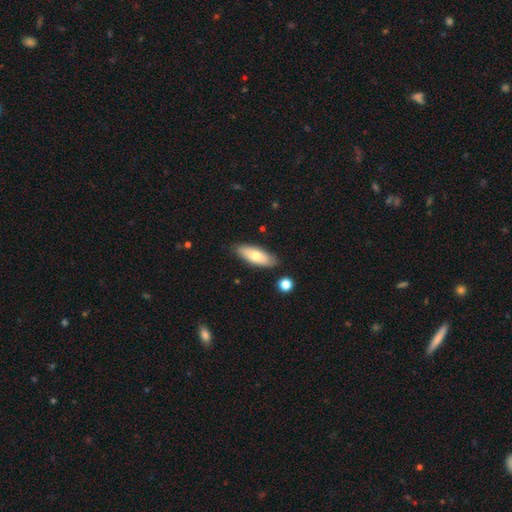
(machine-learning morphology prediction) The model was most divided on "smooth or featured": smooth: 69%, featured or disk: 25%, star or artifact: 6%. More confident: merging — none (82%); how rounded — in between (75%).